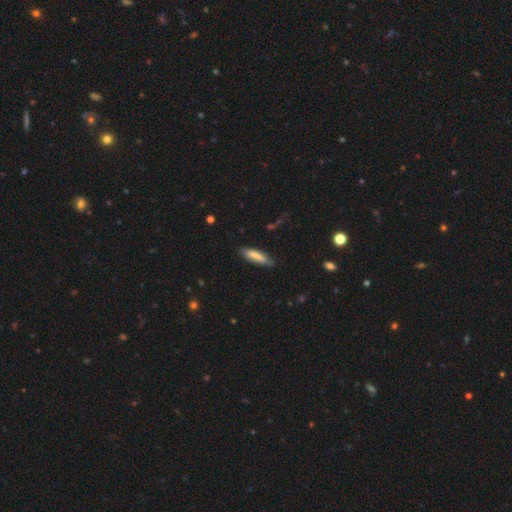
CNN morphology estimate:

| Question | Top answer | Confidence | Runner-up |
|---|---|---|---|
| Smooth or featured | smooth | 74% | featured or disk (19%) |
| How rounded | cigar-shaped | 68% | in between (30%) |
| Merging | none | 76% | minor disturbance (19%) |